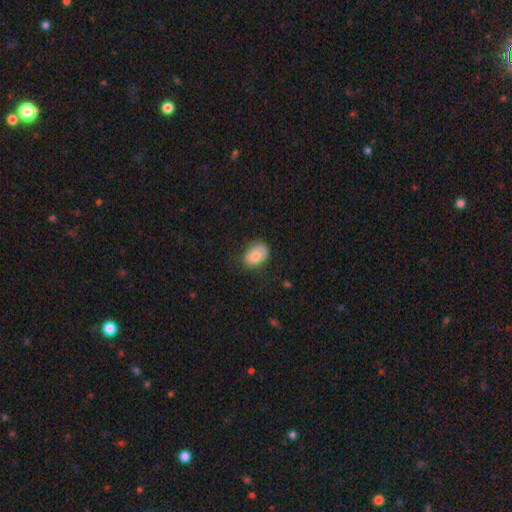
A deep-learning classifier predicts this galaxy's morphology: Smooth or featured?
  - smooth: 82% *
  - featured or disk: 10%
  - star or artifact: 7%
How rounded?
  - in between: 82% *
  - round: 17%
  - cigar-shaped: 1%
Merging?
  - none: 70% *
  - minor disturbance: 23%
  - major disturbance: 6%
  - merger: 1%